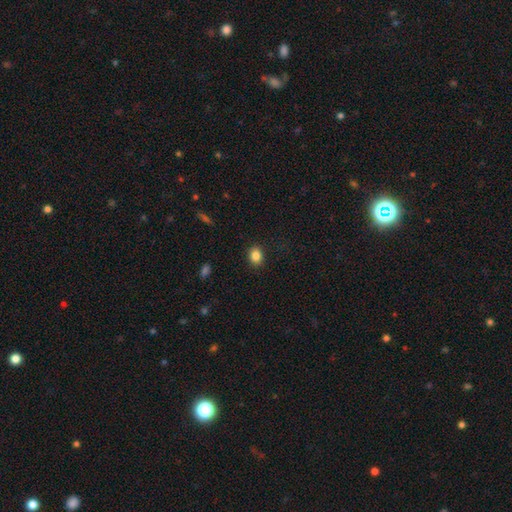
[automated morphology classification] Smooth or featured: smooth — 85% (star or artifact — 10%)
How rounded: in between — 56% (round — 43%)
Merging: none — 88% (minor disturbance — 9%)